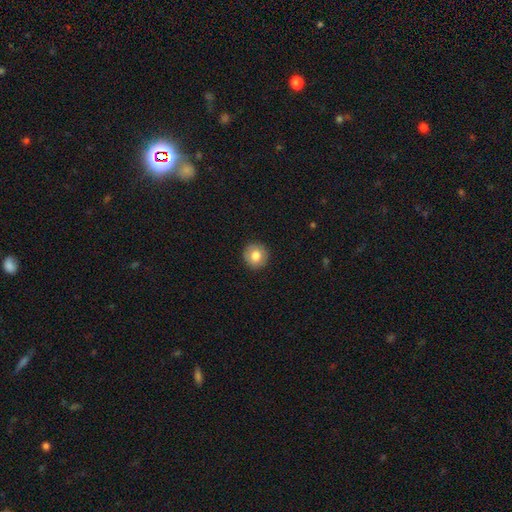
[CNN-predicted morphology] A smooth galaxy with no disk features (80%) that is round (93%).

Vote fractions:
- Smooth or featured? smooth: 80% / featured or disk: 11% / star or artifact: 8%
- How rounded? round: 93% / in between: 6% / cigar-shaped: 1%
- Merging? none: 91% / minor disturbance: 6% / major disturbance: 2% / merger: 1%